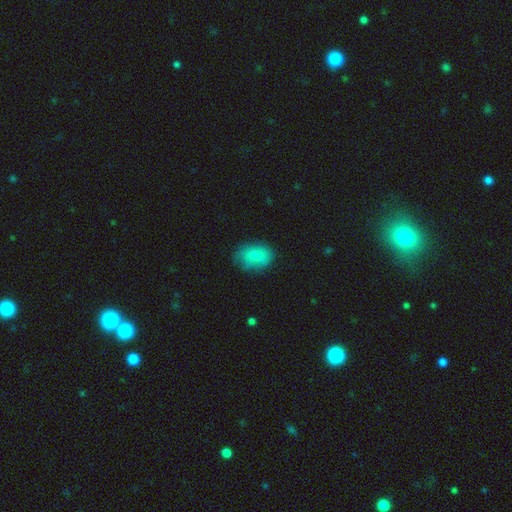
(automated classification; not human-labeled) Smooth or featured? Predicted: smooth (p=0.81). How rounded? Predicted: in between (p=0.77). Merging? Predicted: none (p=0.67).